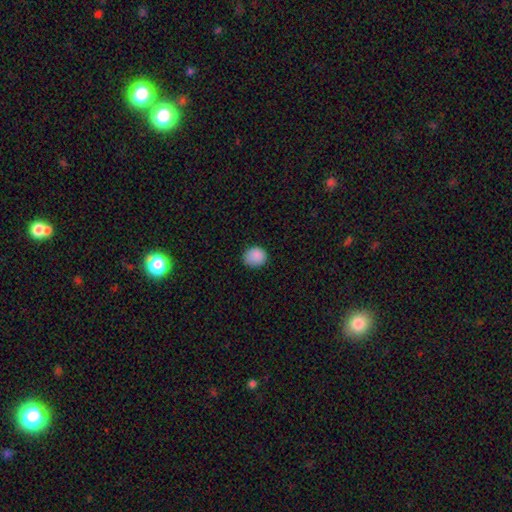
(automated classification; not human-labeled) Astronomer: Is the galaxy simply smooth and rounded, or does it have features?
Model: smooth — 87%.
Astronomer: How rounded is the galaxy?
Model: round — 69%.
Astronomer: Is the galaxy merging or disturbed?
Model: none — 78%.